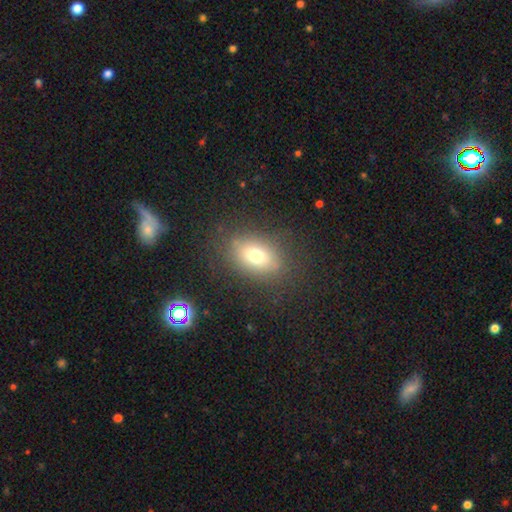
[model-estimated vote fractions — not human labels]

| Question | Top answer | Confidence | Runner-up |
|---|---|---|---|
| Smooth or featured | smooth | 72% | featured or disk (15%) |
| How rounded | in between | 79% | round (19%) |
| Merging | none | 81% | minor disturbance (12%) |